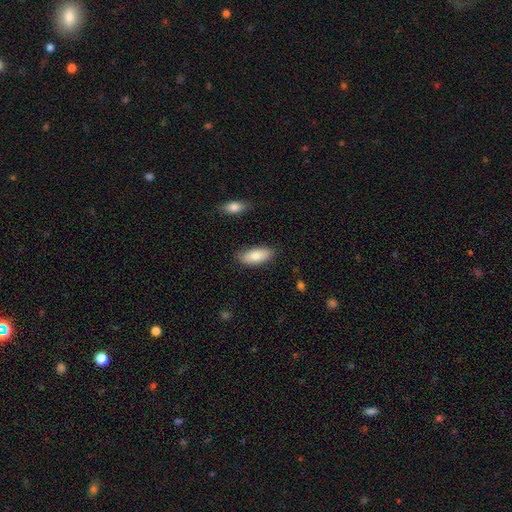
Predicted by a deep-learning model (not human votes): A smooth galaxy with no disk features (81%) that is in between round and cigar-shaped (87%).

Vote fractions:
- Smooth or featured? smooth: 81% / featured or disk: 13% / star or artifact: 6%
- How rounded? in between: 87% / cigar-shaped: 11% / round: 2%
- Merging? none: 81% / minor disturbance: 14% / major disturbance: 3% / merger: 2%